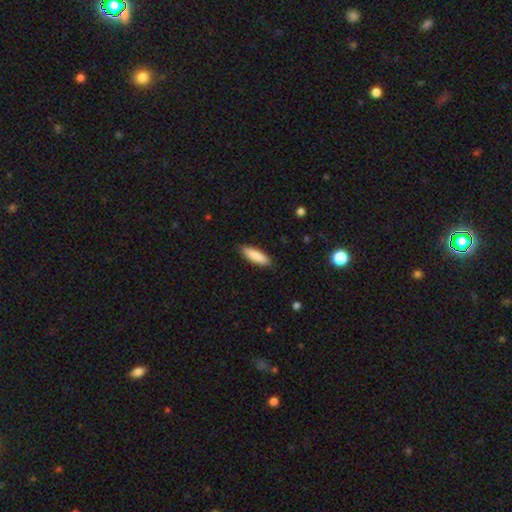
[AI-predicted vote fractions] This appears to be a smooth galaxy with no disk features (87%) that is cigar-shaped (53%). Merging: none (88%).